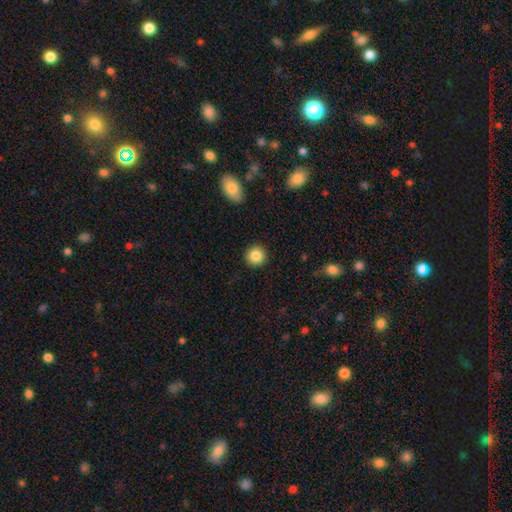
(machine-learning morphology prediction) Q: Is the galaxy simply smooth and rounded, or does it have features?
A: smooth — 86%.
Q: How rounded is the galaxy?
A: round — 93%.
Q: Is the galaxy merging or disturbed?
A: none — 92%.